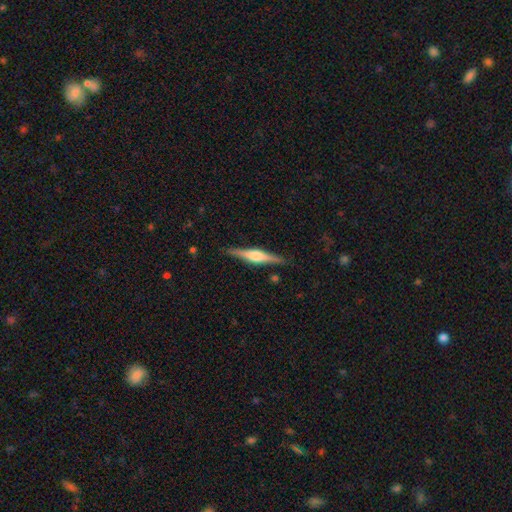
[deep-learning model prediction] featured or disk 72%, smooth 22%, star or artifact 6%. Down the decision tree: edge-on disk — yes (98%); edge-on bulge — rounded (80%); merging — none (88%).